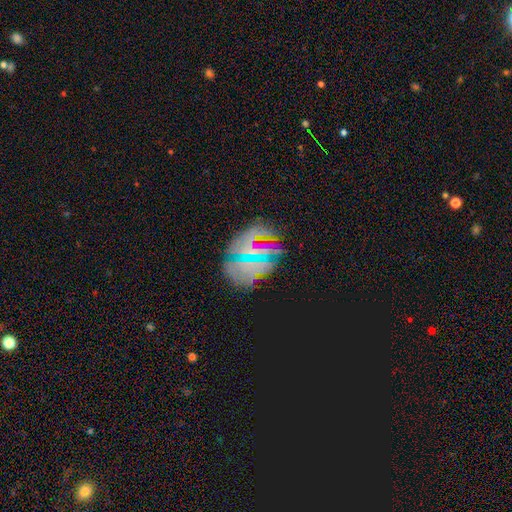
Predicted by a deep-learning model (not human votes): Smooth or featured? Predicted: star or artifact (p=0.42).